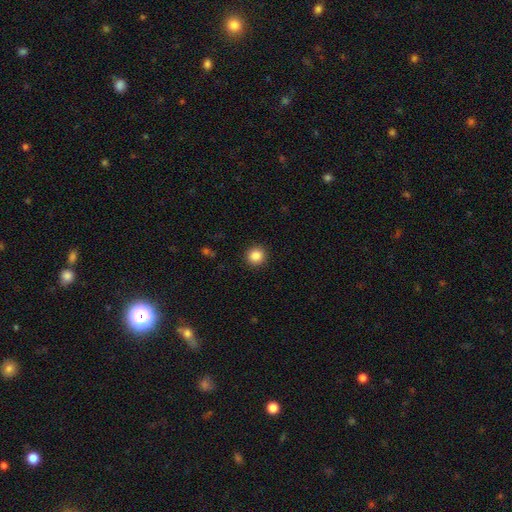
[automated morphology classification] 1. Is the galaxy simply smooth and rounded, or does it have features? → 87% smooth, 10% star or artifact, 4% featured or disk.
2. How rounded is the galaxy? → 93% round, 6% in between, 1% cigar-shaped.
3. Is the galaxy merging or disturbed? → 92% none, 5% minor disturbance, 2% major disturbance, 1% merger.